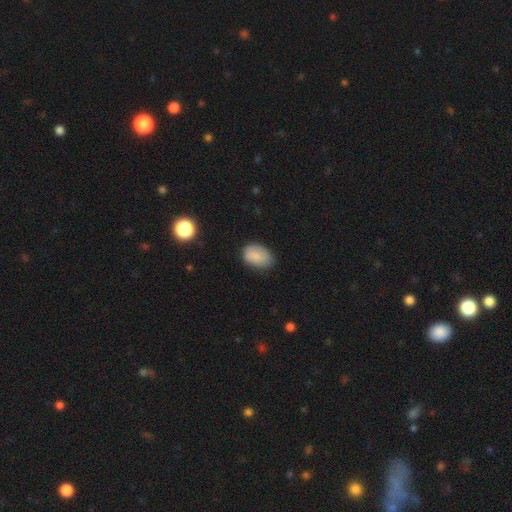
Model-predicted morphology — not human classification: Overall: smooth (84%). How rounded: in between (85%). Merging: none (67%).